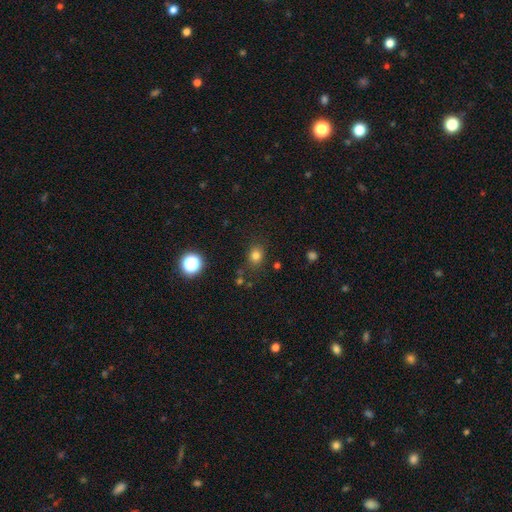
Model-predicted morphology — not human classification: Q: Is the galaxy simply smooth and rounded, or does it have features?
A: smooth — 78%.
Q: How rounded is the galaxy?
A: round — 62%.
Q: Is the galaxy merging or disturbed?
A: none — 80%.